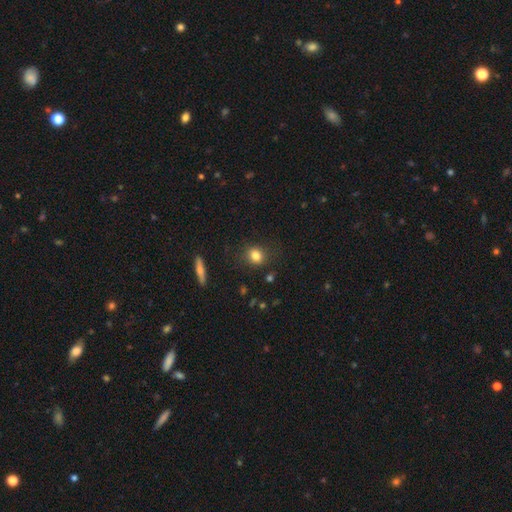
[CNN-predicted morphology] The model was most divided on "how rounded": round: 64%, in between: 34%, cigar-shaped: 2%. More confident: merging — none (83%); smooth or featured — smooth (82%).